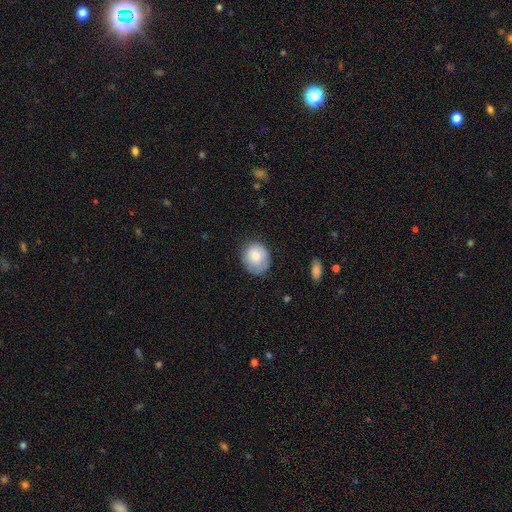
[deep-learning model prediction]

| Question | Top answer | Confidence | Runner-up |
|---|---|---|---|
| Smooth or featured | smooth | 80% | featured or disk (13%) |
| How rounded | round | 67% | in between (32%) |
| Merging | none | 69% | minor disturbance (23%) |